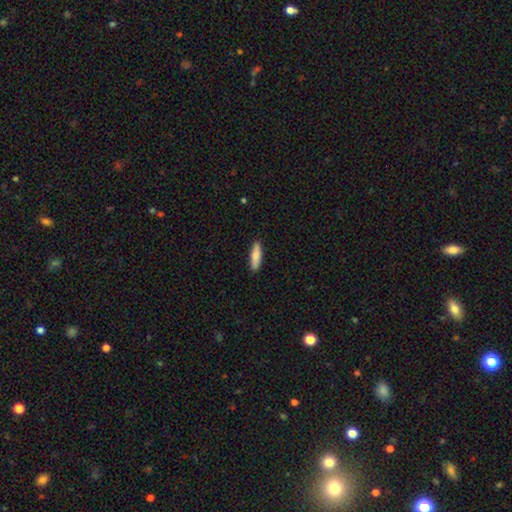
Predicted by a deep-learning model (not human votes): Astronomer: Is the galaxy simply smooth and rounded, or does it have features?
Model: smooth — 83%.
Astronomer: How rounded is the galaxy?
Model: cigar-shaped — 66%.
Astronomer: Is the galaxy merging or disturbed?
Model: none — 90%.